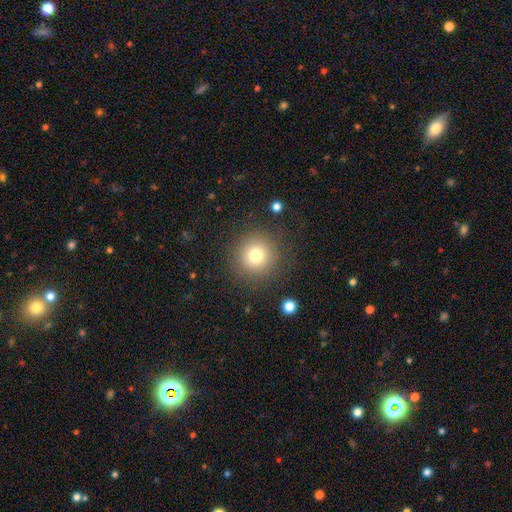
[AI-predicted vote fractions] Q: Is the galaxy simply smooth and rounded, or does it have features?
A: smooth — 75%.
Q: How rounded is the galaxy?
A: round — 95%.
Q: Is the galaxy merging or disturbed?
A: none — 87%.